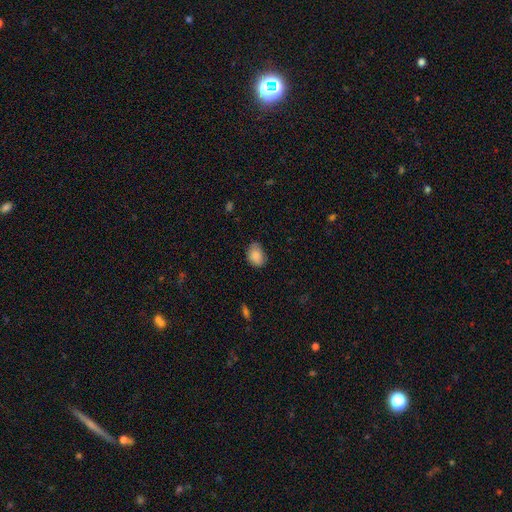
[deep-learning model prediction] Q: Smooth or featured?
A: smooth (86%); runner-up: star or artifact (7%)
Q: How rounded?
A: in between (68%); runner-up: round (31%)
Q: Merging?
A: none (66%); runner-up: minor disturbance (28%)